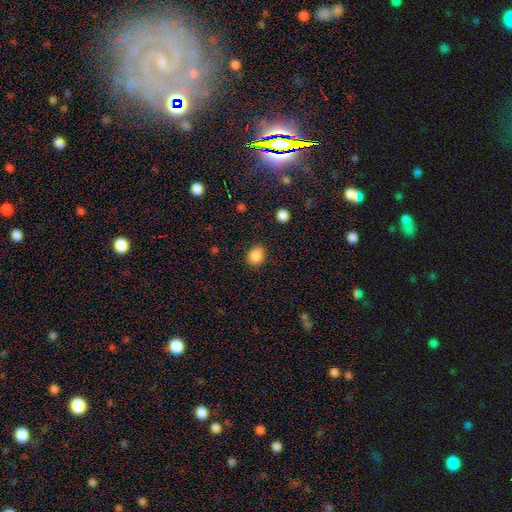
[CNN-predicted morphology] smooth_or_featured: smooth (p=0.86) [alt: star or artifact p=0.10]
how_rounded: round (p=0.63) [alt: in between p=0.36]
merging: none (p=0.85) [alt: minor disturbance p=0.10]